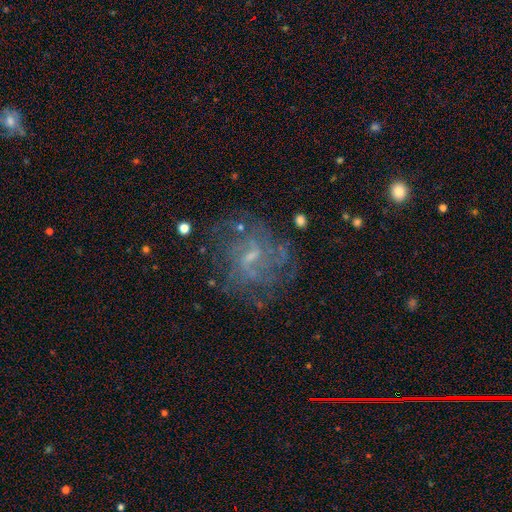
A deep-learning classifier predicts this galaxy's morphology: A featured or disk galaxy (66%) with a weak bar (53%), spiral arms (77%) and a small central bulge (60%).

Vote fractions:
- Smooth or featured? featured or disk: 66% / star or artifact: 20% / smooth: 15%
- Edge-on disk? no: 96% / yes: 4%
- Bar? weak: 53% / no: 35% / strong: 12%
- Spiral arms? yes: 77% / no: 23%
- Bulge size? small: 60% / moderate: 22% / none: 15% / large: 2% / dominant: 1%
- Merging? none: 71% / minor disturbance: 15% / major disturbance: 12% / merger: 2%